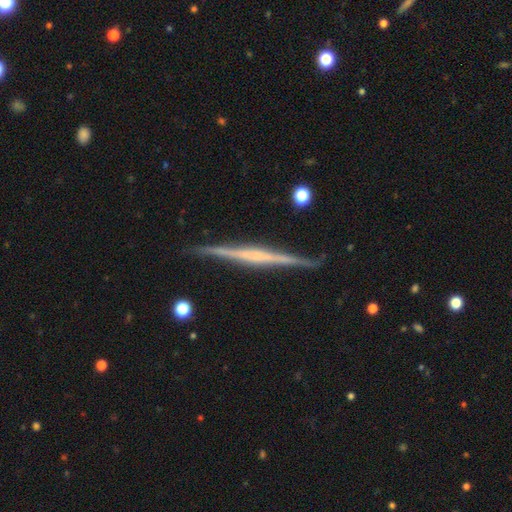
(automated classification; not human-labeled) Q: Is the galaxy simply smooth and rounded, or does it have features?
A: featured or disk — 78%.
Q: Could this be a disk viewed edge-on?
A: yes — 98%.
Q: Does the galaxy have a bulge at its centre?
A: none — 50%.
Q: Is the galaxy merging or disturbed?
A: none — 90%.